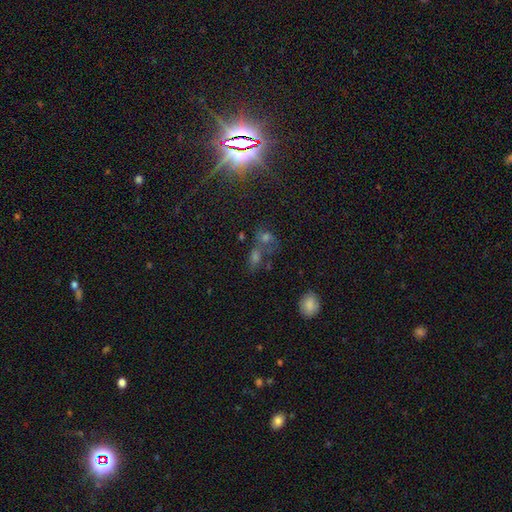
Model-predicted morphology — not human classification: Smooth or featured: star or artifact — 56% (smooth — 26%)